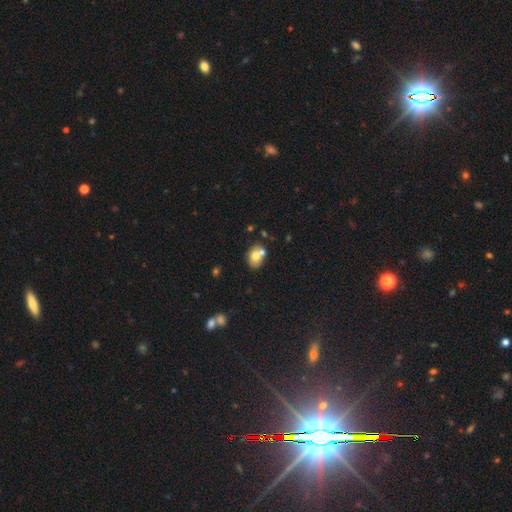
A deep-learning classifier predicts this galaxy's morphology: Smooth or featured? Predicted: smooth (p=0.70). How rounded? Predicted: in between (p=0.65). Merging? Predicted: none (p=0.48).